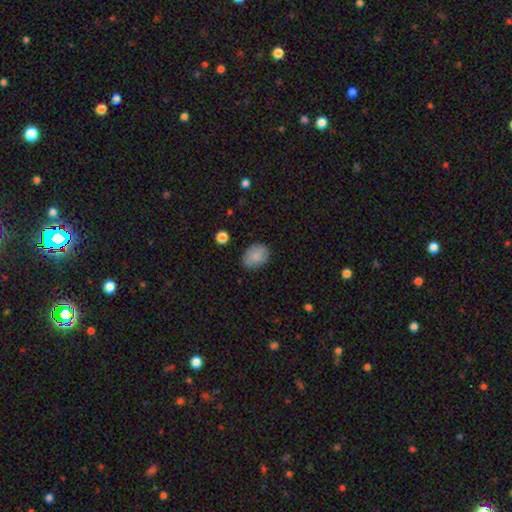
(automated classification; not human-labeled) Overall: smooth (82%). How rounded: in between (59%; round 40%). Merging: none (77%).